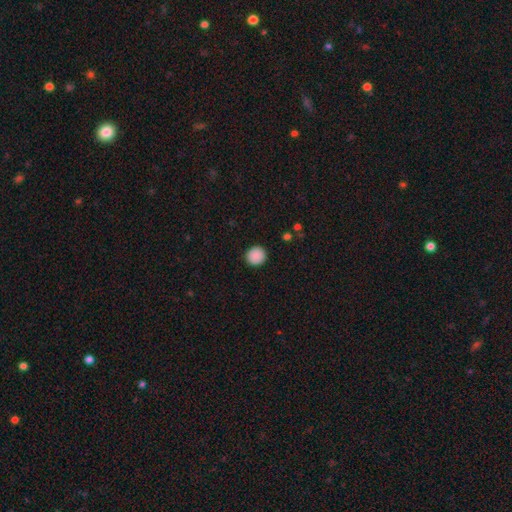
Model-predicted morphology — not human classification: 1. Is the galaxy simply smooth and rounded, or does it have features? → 90% smooth, 8% star or artifact, 2% featured or disk.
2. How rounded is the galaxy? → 93% round, 6% in between, 1% cigar-shaped.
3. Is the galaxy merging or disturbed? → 92% none, 5% minor disturbance, 2% major disturbance, 1% merger.